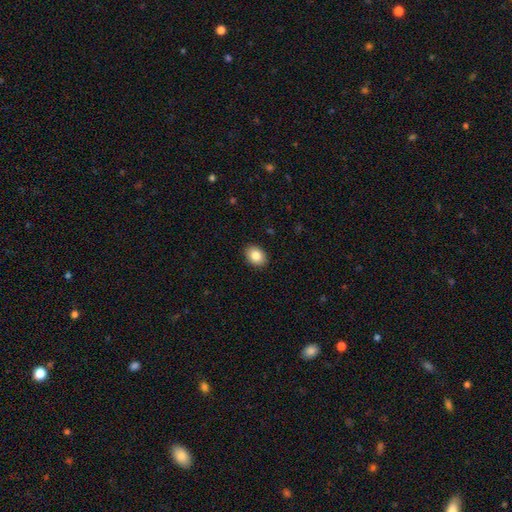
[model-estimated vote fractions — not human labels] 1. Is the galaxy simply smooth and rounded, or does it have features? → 86% smooth, 8% star or artifact, 7% featured or disk.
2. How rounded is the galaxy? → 76% in between, 24% round, 1% cigar-shaped.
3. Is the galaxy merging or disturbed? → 90% none, 7% minor disturbance, 2% major disturbance, 1% merger.